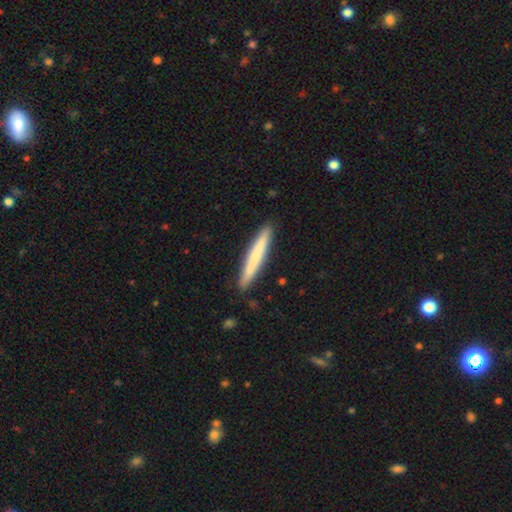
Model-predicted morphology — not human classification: smooth 69%, featured or disk 26%, star or artifact 5%. Down the decision tree: how rounded — cigar-shaped (96%); merging — none (91%).